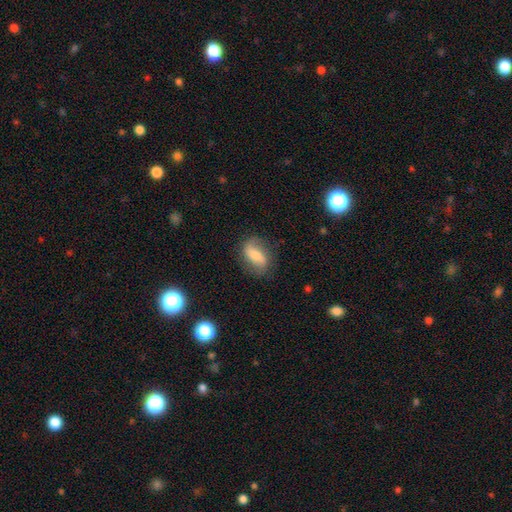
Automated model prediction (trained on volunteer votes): A featured or disk galaxy (47%).

Vote fractions:
- Smooth or featured? featured or disk: 47% / smooth: 45% / star or artifact: 8%
- Merging? none: 75% / minor disturbance: 17% / major disturbance: 7% / merger: 1%